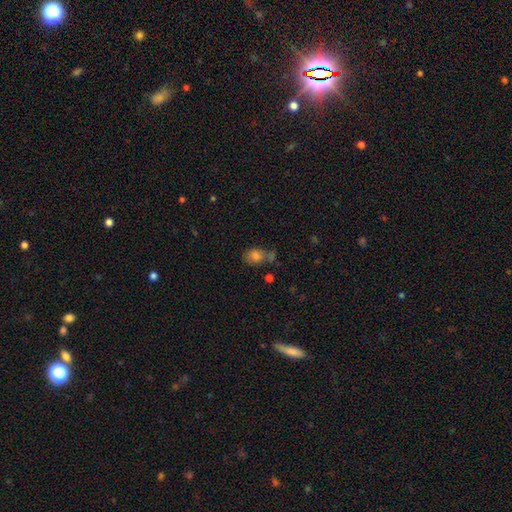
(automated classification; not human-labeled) A smooth galaxy with no disk features (78%) that is in between round and cigar-shaped (57%).

Vote fractions:
- Smooth or featured? smooth: 78% / star or artifact: 11% / featured or disk: 11%
- How rounded? in between: 57% / round: 41% / cigar-shaped: 1%
- Merging? none: 47% / minor disturbance: 23% / merger: 20% / major disturbance: 10%